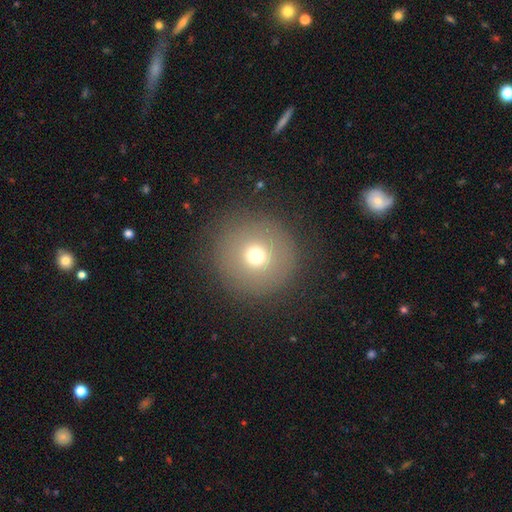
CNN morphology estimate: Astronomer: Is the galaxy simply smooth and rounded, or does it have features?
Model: smooth — 69%.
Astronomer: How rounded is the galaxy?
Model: round — 95%.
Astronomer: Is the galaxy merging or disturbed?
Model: none — 88%.